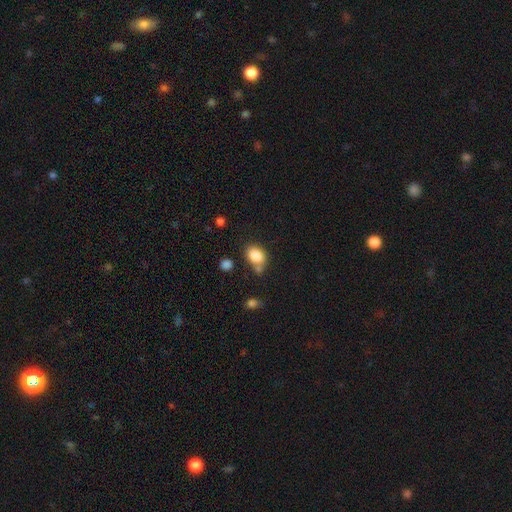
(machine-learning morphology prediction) Smooth or featured: smooth — 84% (star or artifact — 9%)
How rounded: in between — 69% (round — 30%)
Merging: none — 57% (merger — 20%)